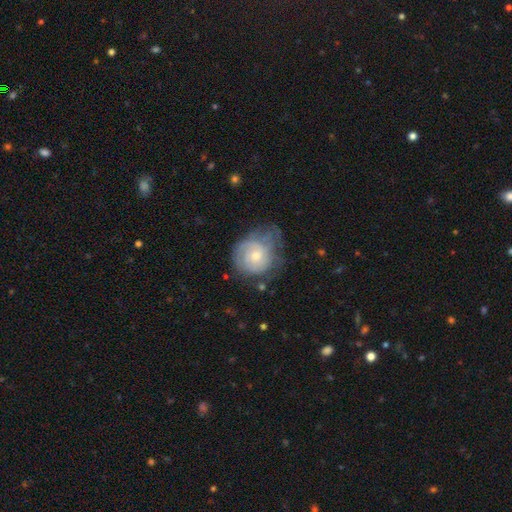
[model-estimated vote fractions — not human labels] Smooth or featured? featured or disk (64%)
Edge-on disk? no (98%)
Bar? no (72%)
Spiral arms? yes (83%)
Spiral winding? tight (64%)
Spiral arm count? can't tell (46%)
Bulge size? small (47%)
Merging? none (49%)